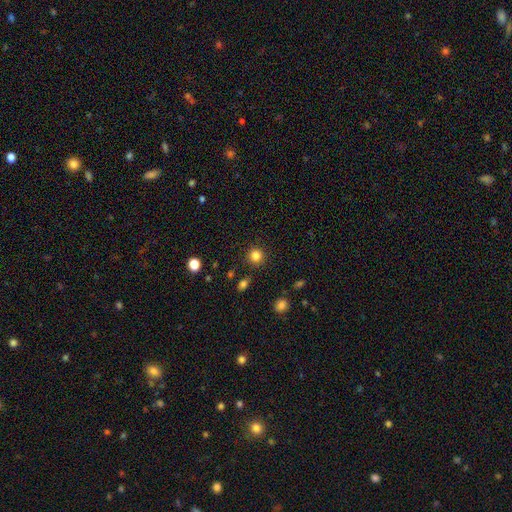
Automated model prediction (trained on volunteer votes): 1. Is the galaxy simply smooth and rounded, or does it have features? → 84% smooth, 12% star or artifact, 4% featured or disk.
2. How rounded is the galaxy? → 92% round, 7% in between, 1% cigar-shaped.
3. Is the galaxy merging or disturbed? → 88% none, 7% minor disturbance, 3% major disturbance, 2% merger.